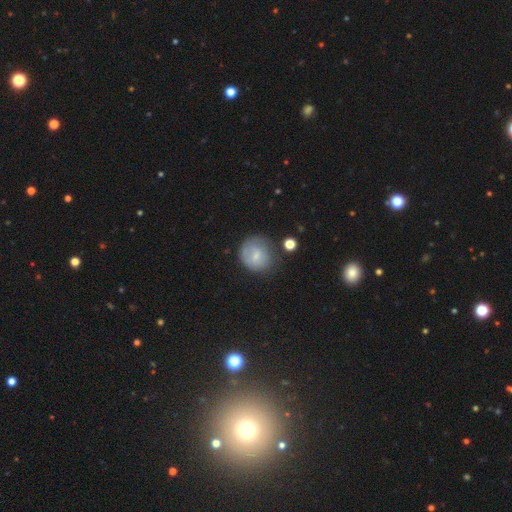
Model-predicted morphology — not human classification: smooth_or_featured: smooth (p=0.71) [alt: featured or disk p=0.21]
how_rounded: round (p=0.82) [alt: in between p=0.17]
merging: none (p=0.61) [alt: minor disturbance p=0.25]